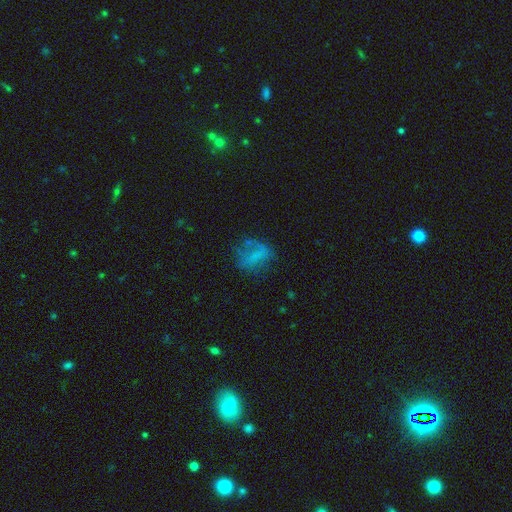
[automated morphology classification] A smooth galaxy with no disk features (52%) that is in between round and cigar-shaped (51%). Merging: none (46%).